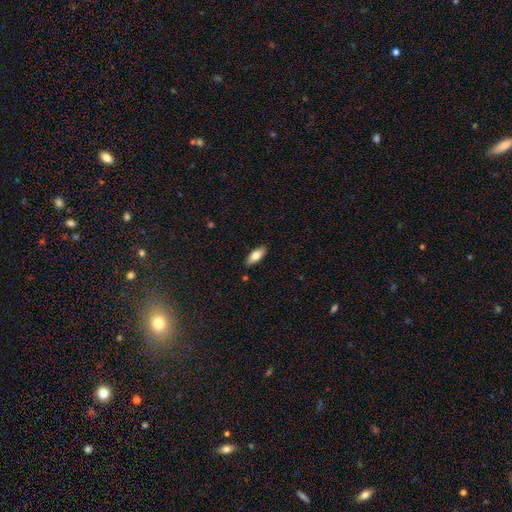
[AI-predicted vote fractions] Smooth or featured? Predicted: smooth (p=0.76). How rounded? Predicted: in between (p=0.78). Merging? Predicted: none (p=0.87).